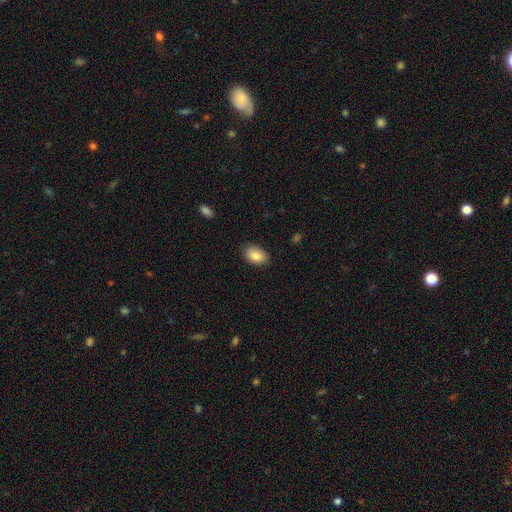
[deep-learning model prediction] Smooth or featured? Predicted: smooth (p=0.85). How rounded? Predicted: in between (p=0.87). Merging? Predicted: none (p=0.86).